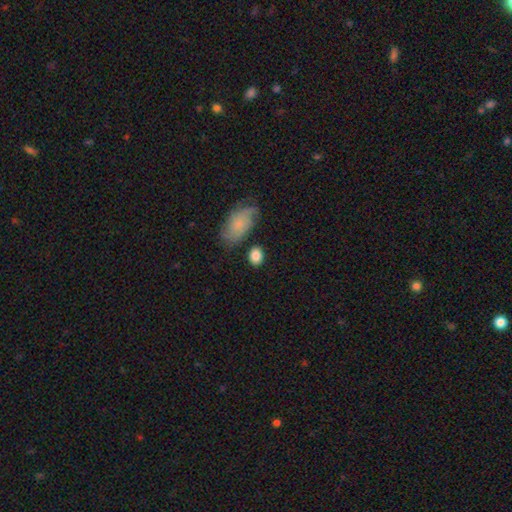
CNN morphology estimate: A smooth galaxy with no disk features (83%) that is in between round and cigar-shaped (64%). Merging: none (74%).